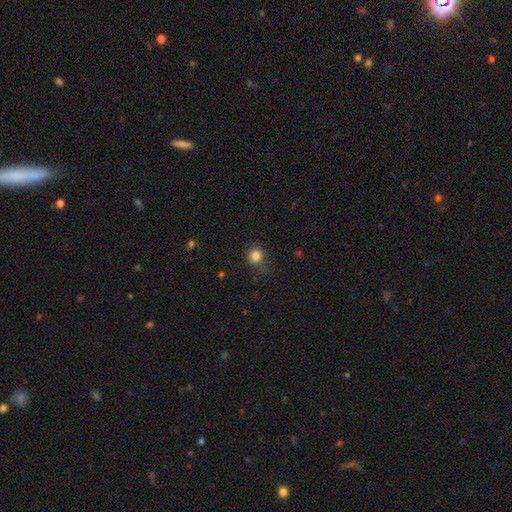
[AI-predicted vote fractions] smooth-or-featured: smooth: 83% | star or artifact: 12% | featured or disk: 5%
  how-rounded: round: 84% | in between: 15% | cigar-shaped: 1%
  merging: none: 73% | minor disturbance: 19% | major disturbance: 6% | merger: 2%